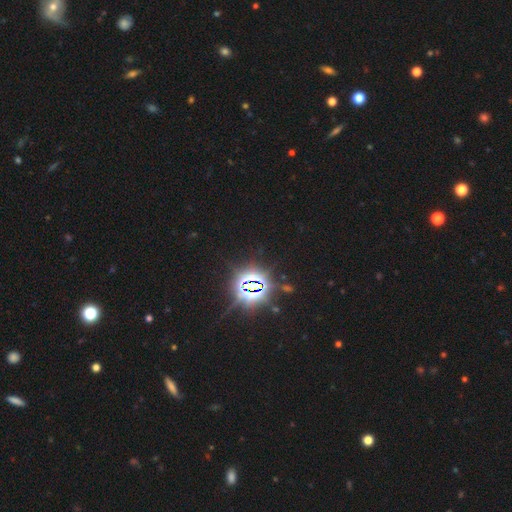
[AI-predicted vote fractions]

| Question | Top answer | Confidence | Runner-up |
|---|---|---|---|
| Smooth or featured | star or artifact | 83% | smooth (12%) |